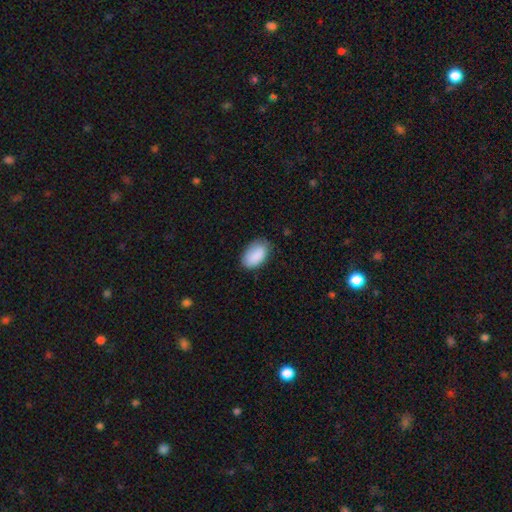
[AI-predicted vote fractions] This is clearly a smooth galaxy (88%). How rounded: clearly in between (93%). Merging: likely none (72%).